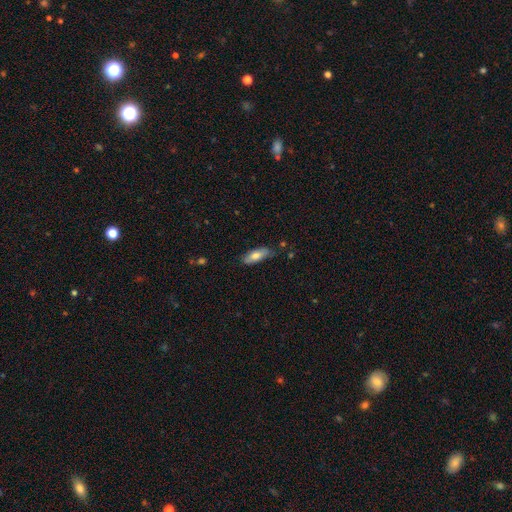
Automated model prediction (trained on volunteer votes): This is likely a smooth galaxy (72%). How rounded: likely in between (66%). Merging: likely none (73%).